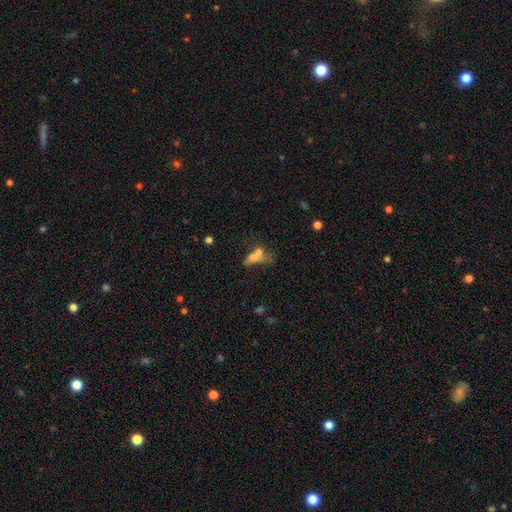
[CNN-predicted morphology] Smooth or featured? smooth (59%)
How rounded? in between (63%)
Merging? merger (52%)